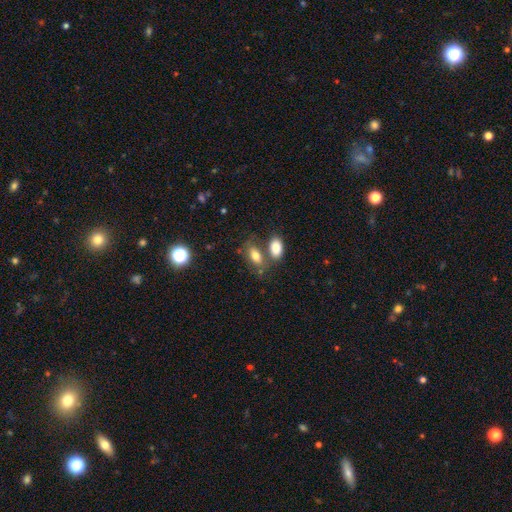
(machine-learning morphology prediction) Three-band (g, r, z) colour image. It shows a smooth galaxy with no disk features (78%) that is in between round and cigar-shaped (89%). Merging: none (51%).